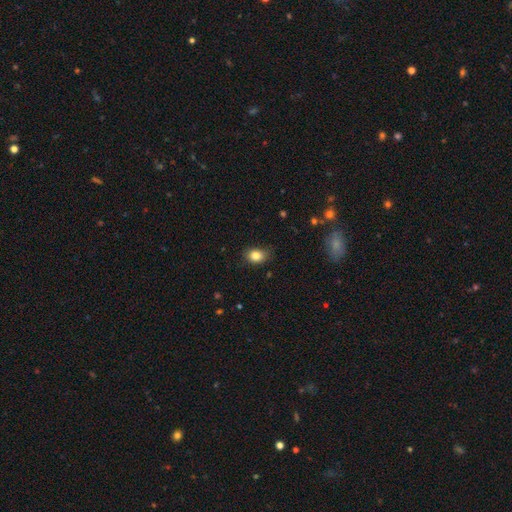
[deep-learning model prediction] Smooth or featured? smooth (84%)
How rounded? in between (62%)
Merging? none (75%)